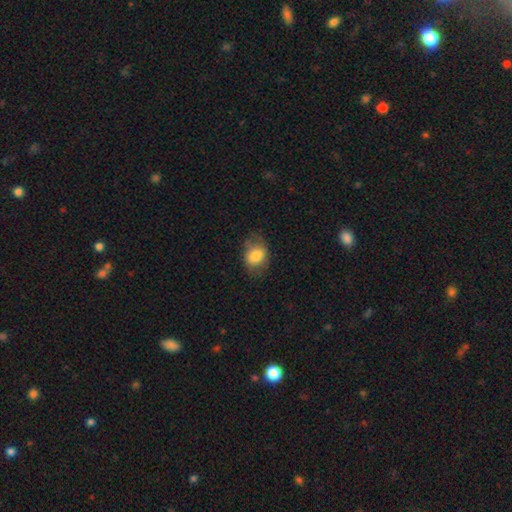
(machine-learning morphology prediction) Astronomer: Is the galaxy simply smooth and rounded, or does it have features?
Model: smooth — 77%.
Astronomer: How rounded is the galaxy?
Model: in between — 71%.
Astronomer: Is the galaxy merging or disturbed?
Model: none — 62%.